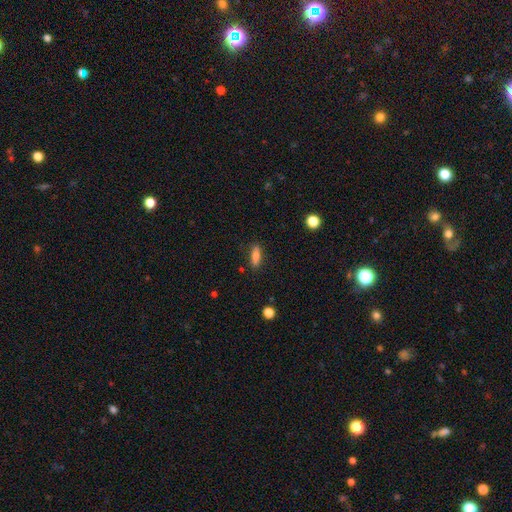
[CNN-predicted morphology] Smooth or featured? Predicted: smooth (p=0.72). How rounded? Predicted: cigar-shaped (p=0.51). Merging? Predicted: none (p=0.86).